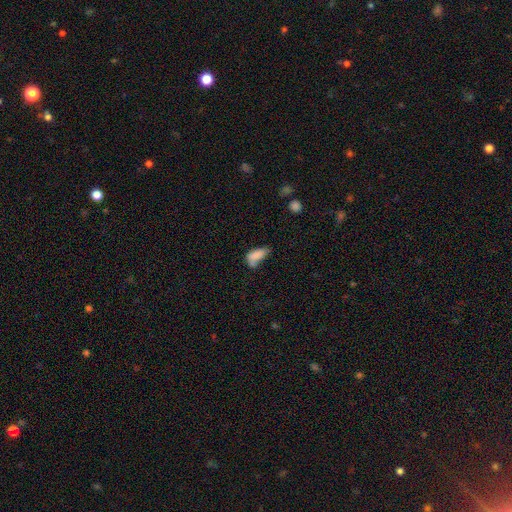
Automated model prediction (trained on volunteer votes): A smooth galaxy with no disk features (79%) that is in between round and cigar-shaped (85%). Merging: minor disturbance (32%).